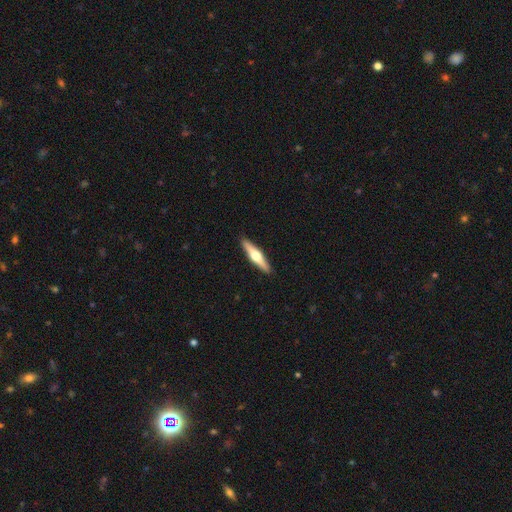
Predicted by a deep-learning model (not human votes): Q: Smooth or featured?
A: featured or disk (61%); runner-up: smooth (34%)
Q: Edge-on disk?
A: yes (97%); runner-up: no (3%)
Q: Edge-on bulge?
A: rounded (94%); runner-up: boxy (3%)
Q: Merging?
A: none (92%); runner-up: minor disturbance (6%)